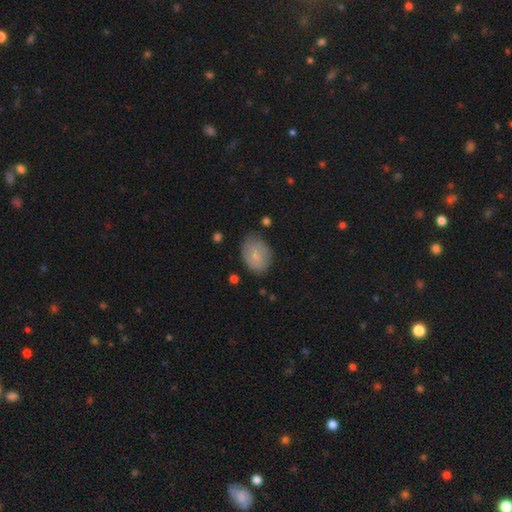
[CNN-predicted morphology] This appears to be a smooth galaxy with no disk features (75%) that is in between round and cigar-shaped (73%). Merging: none (69%).